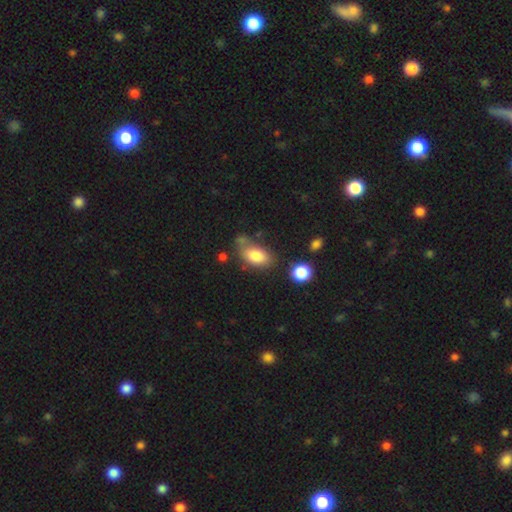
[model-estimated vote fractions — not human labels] Overall: smooth (81%). How rounded: in between (90%). Merging: none (53%; minor disturbance 25%).